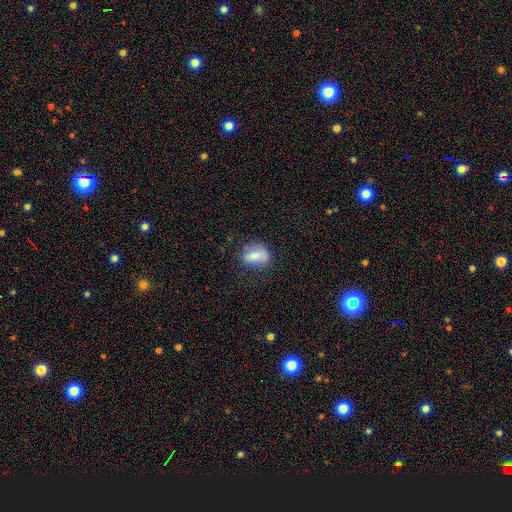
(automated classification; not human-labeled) Smooth or featured? Predicted: smooth (p=0.76). How rounded? Predicted: in between (p=0.74). Merging? Predicted: none (p=0.62).